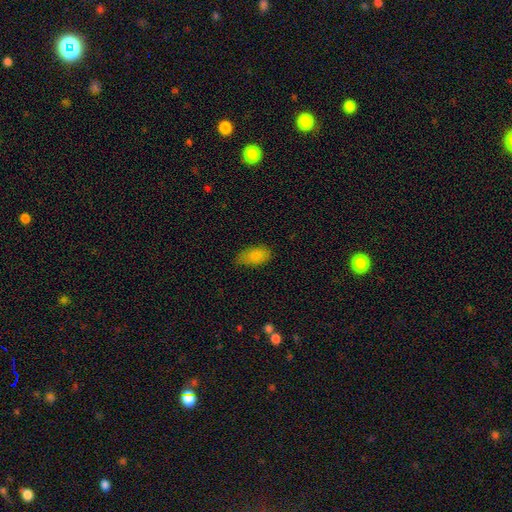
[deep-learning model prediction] smooth_or_featured: smooth (p=0.84) [alt: star or artifact p=0.08]
how_rounded: in between (p=0.93) [alt: round p=0.04]
merging: none (p=0.70) [alt: minor disturbance p=0.24]